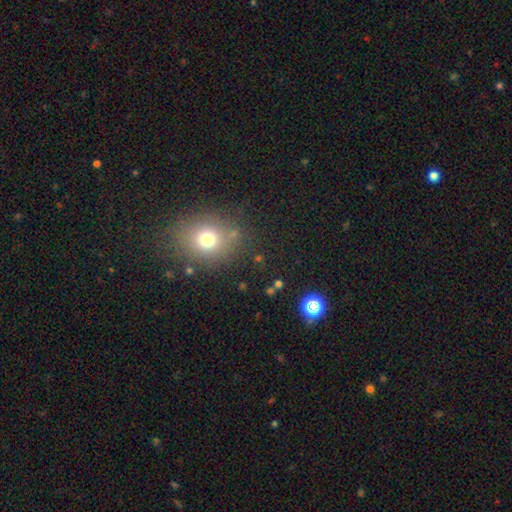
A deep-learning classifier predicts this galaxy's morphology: smooth-or-featured: smooth: 67% | star or artifact: 23% | featured or disk: 10%
  how-rounded: round: 58% | in between: 41% | cigar-shaped: 1%
  merging: none: 85% | minor disturbance: 10% | major disturbance: 3% | merger: 3%